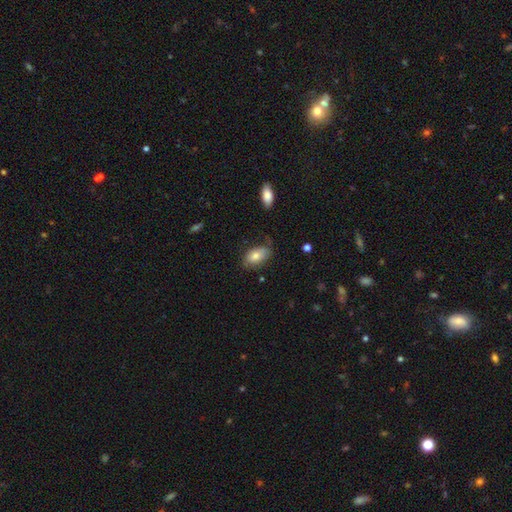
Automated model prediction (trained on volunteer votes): Q: Smooth or featured?
A: smooth (77%); runner-up: featured or disk (16%)
Q: How rounded?
A: in between (92%); runner-up: round (6%)
Q: Merging?
A: none (64%); runner-up: minor disturbance (27%)